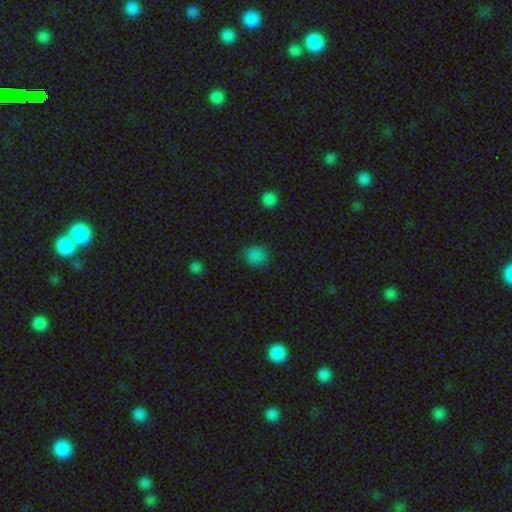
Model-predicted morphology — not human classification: This is clearly a smooth galaxy (83%). How rounded: clearly round (81%). Merging: clearly none (87%).